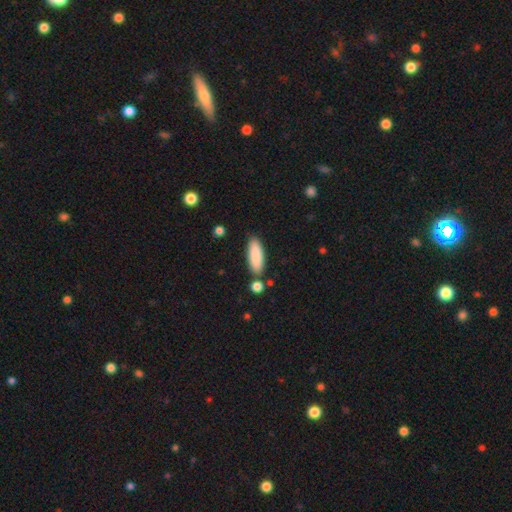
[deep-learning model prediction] smooth-or-featured: smooth: 88% | featured or disk: 6% | star or artifact: 6%
  how-rounded: in between: 61% | cigar-shaped: 37% | round: 2%
  merging: none: 81% | minor disturbance: 10% | merger: 6% | major disturbance: 3%